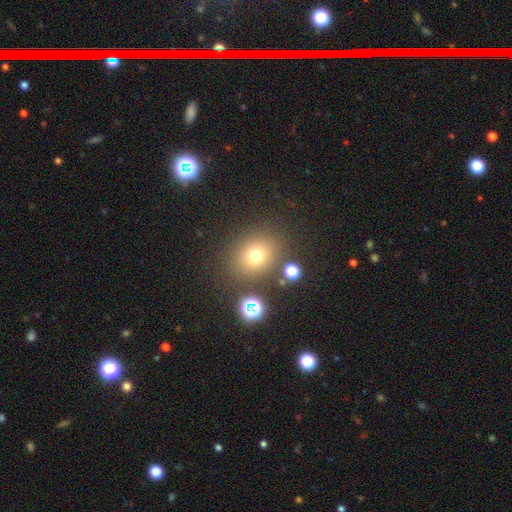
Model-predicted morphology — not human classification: The model was most divided on "how rounded": round: 68%, in between: 31%, cigar-shaped: 1%. More confident: merging — none (80%); smooth or featured — smooth (72%).